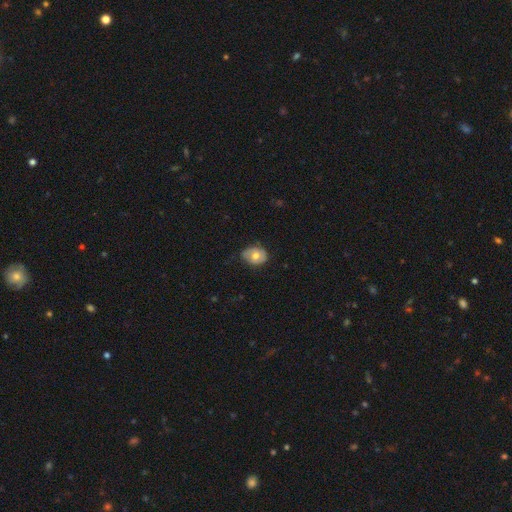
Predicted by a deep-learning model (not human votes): smooth_or_featured: smooth (p=0.61) [alt: featured or disk p=0.31]
how_rounded: in between (p=0.58) [alt: round p=0.41]
merging: none (p=0.63) [alt: minor disturbance p=0.30]